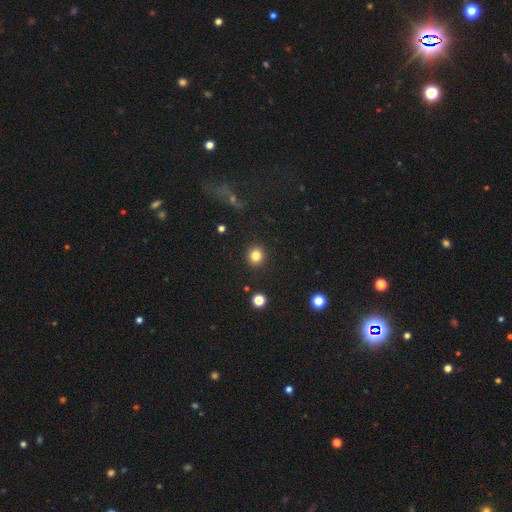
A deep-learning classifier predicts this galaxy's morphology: smooth 83%, star or artifact 12%, featured or disk 6%. Down the decision tree: how rounded — round (90%); merging — none (92%).